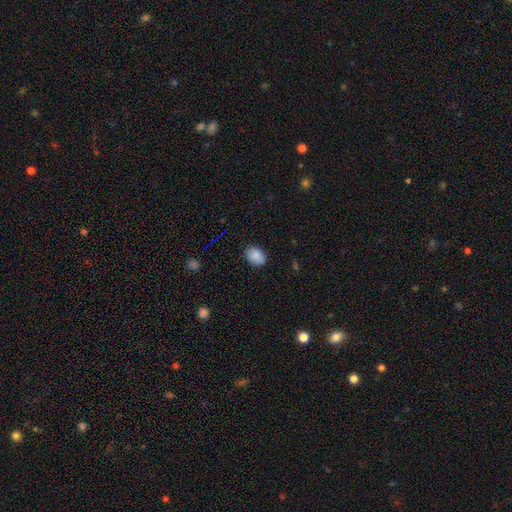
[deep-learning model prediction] smooth-or-featured: smooth: 88% | star or artifact: 8% | featured or disk: 4%
  how-rounded: in between: 76% | round: 23% | cigar-shaped: 1%
  merging: none: 85% | minor disturbance: 12% | major disturbance: 2% | merger: 1%